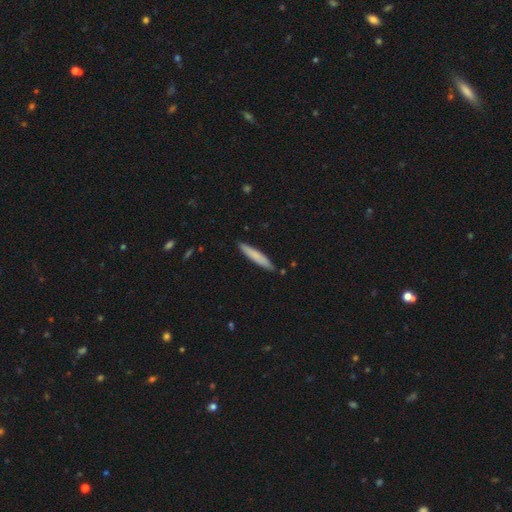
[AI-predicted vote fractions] smooth-or-featured: smooth: 76% | featured or disk: 18% | star or artifact: 5%
  how-rounded: cigar-shaped: 93% | in between: 6% | round: 1%
  merging: none: 87% | minor disturbance: 9% | merger: 2% | major disturbance: 2%